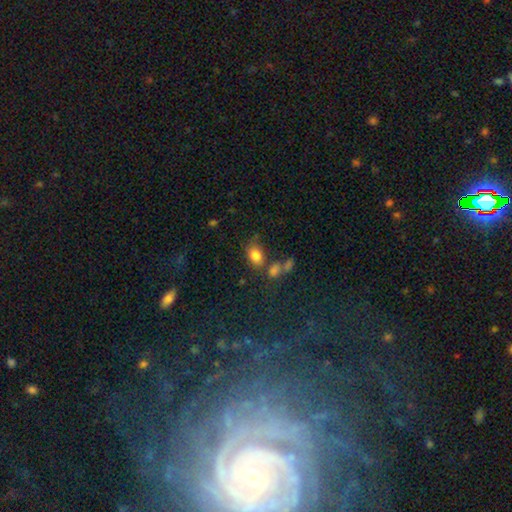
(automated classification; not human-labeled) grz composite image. It shows a smooth galaxy with no disk features (81%) that is in between round and cigar-shaped (75%). Merging: none (59%).